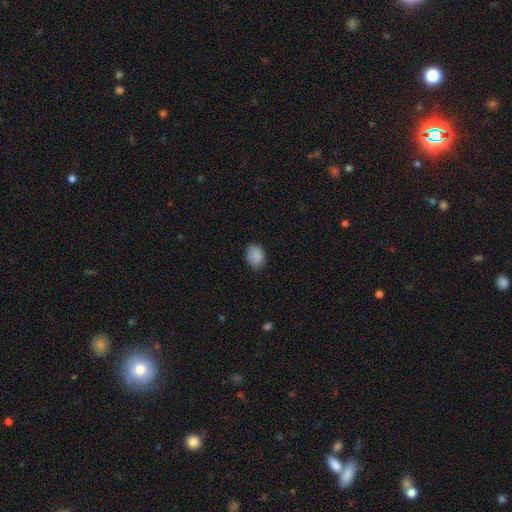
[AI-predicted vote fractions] Overall: smooth (88%). How rounded: in between (69%; round 30%). Merging: none (83%).